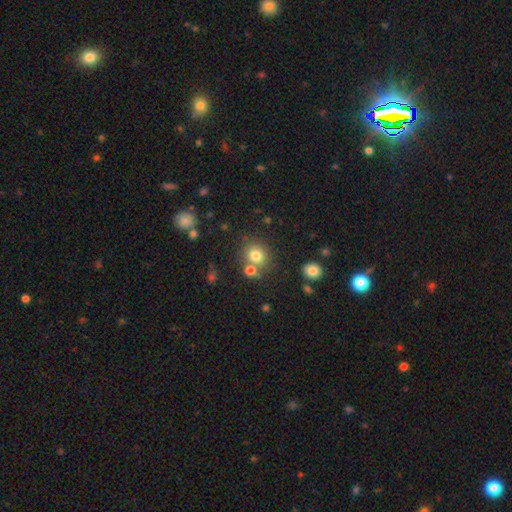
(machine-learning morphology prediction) smooth_or_featured: smooth (p=0.78) [alt: star or artifact p=0.14]
how_rounded: round (p=0.83) [alt: in between p=0.16]
merging: none (p=0.69) [alt: merger p=0.17]